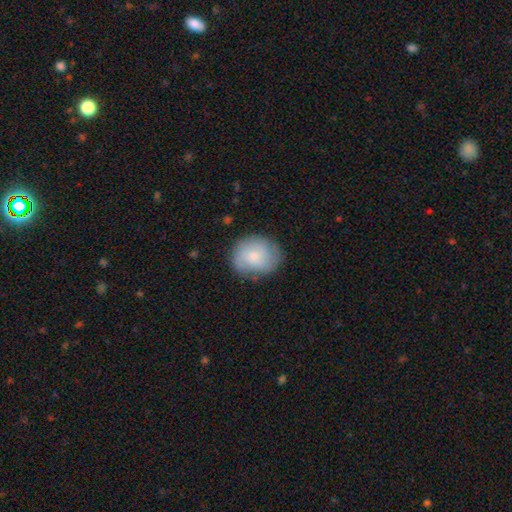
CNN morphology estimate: Smooth or featured? smooth (64%)
How rounded? round (63%)
Merging? none (72%)